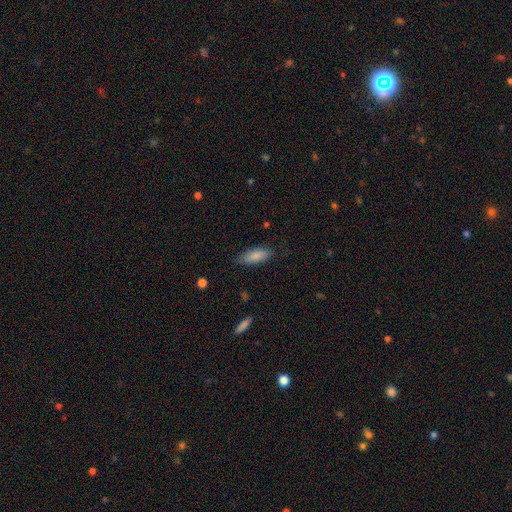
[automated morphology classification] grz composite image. It shows a smooth galaxy with no disk features (85%) that is in between round and cigar-shaped (74%). Merging: none (79%).